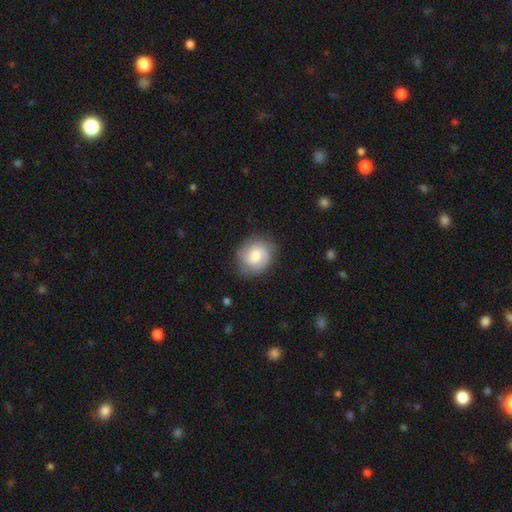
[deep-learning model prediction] This appears to be a smooth galaxy with no disk features (55%) that is round (76%). Merging: none (79%).